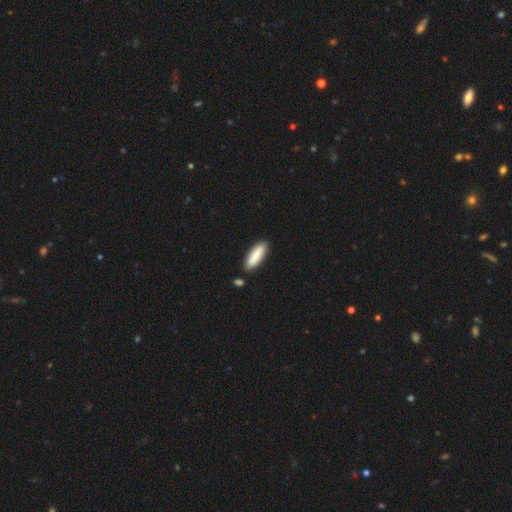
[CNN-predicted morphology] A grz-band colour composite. It shows a smooth galaxy with no disk features (84%) that is cigar-shaped (52%). Merging: none (84%).